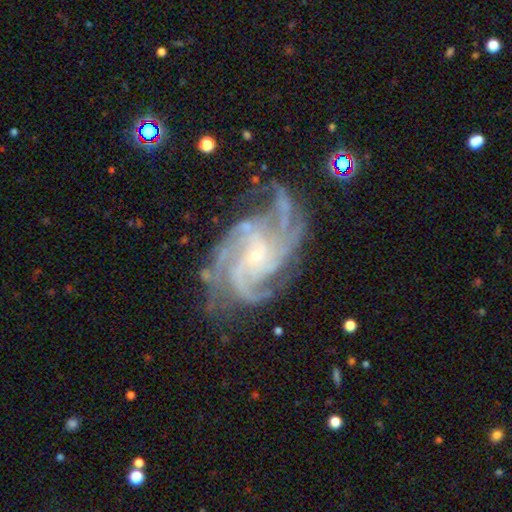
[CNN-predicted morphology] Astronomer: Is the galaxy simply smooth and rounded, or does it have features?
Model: featured or disk — 92%.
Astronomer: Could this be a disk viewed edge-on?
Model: no — 98%.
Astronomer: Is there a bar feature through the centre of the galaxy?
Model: no — 60%.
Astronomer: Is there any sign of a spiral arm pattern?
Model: yes — 98%.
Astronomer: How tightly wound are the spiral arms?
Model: medium — 46% (runner-up: tight, 44%).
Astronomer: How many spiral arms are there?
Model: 4 — 40% (runner-up: 3, 23%).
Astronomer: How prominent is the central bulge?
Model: small — 81%.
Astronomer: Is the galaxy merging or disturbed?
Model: none — 65%.